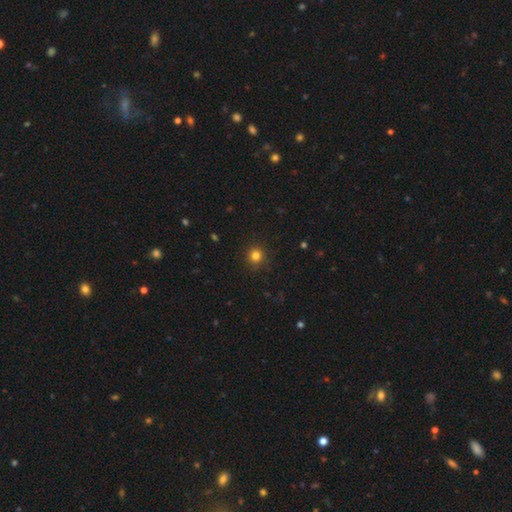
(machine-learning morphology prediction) The model was most divided on "smooth or featured": smooth: 81%, star or artifact: 14%, featured or disk: 5%. More confident: how rounded — round (92%); merging — none (89%).